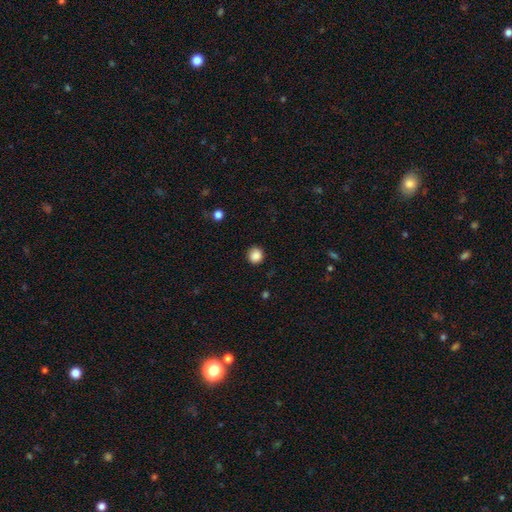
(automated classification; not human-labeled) Smooth or featured? smooth (87%)
How rounded? round (92%)
Merging? none (90%)